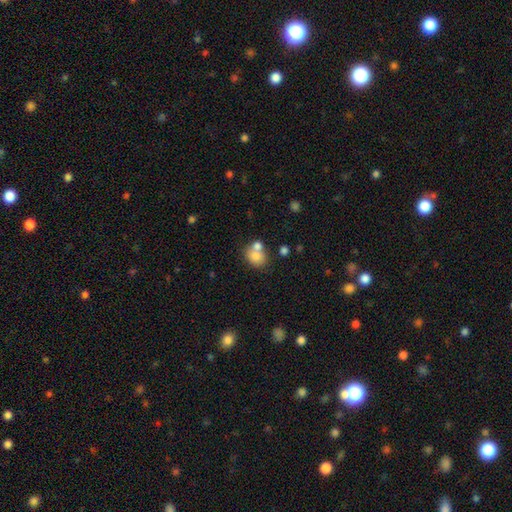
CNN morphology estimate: type=smooth (77%); roundness=round (64%); merging=none (43%).